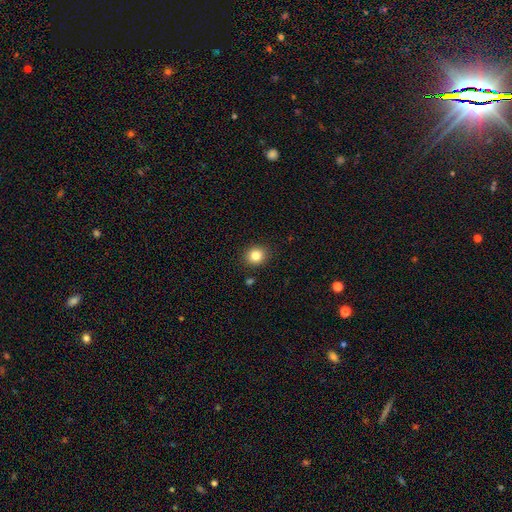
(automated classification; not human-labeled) A smooth galaxy with no disk features (83%) that is round (80%). Merging: none (89%).